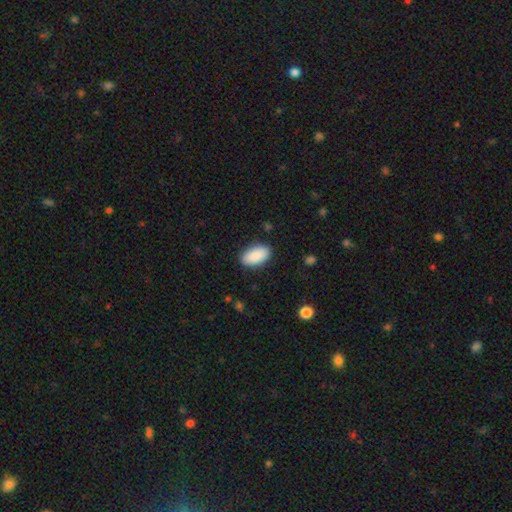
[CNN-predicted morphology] A smooth galaxy with no disk features (90%) that is in between round and cigar-shaped (95%).

Vote fractions:
- Smooth or featured? smooth: 90% / star or artifact: 6% / featured or disk: 4%
- How rounded? in between: 95% / round: 3% / cigar-shaped: 2%
- Merging? none: 88% / minor disturbance: 9% / major disturbance: 2% / merger: 1%